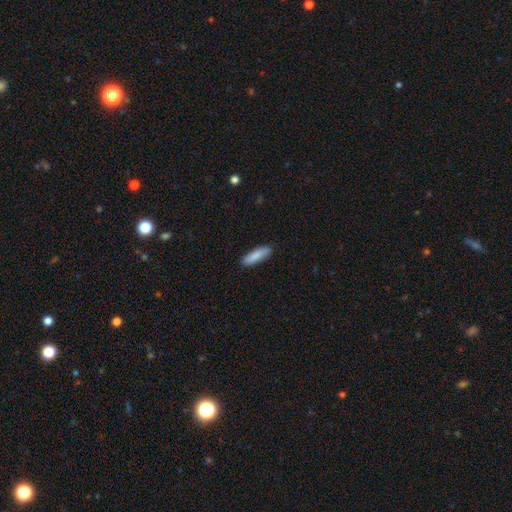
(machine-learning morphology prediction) smooth_or_featured: smooth (p=0.87) [alt: featured or disk p=0.08]
how_rounded: cigar-shaped (p=0.62) [alt: in between p=0.37]
merging: none (p=0.89) [alt: minor disturbance p=0.09]